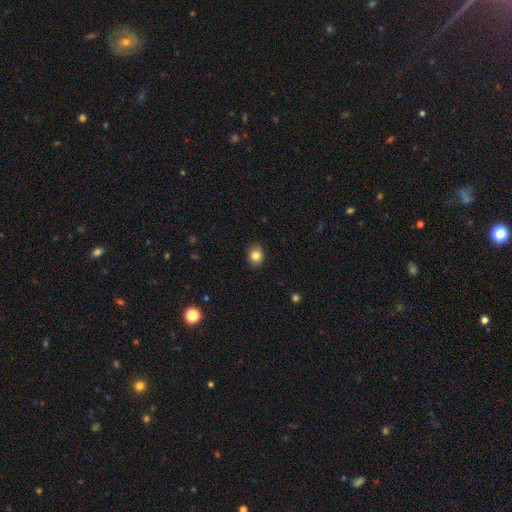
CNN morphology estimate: The model was most divided on "how rounded": round: 55%, in between: 44%, cigar-shaped: 1%. More confident: merging — none (89%); smooth or featured — smooth (84%).